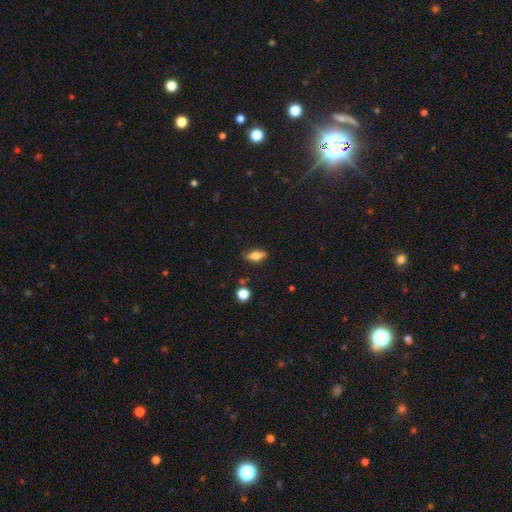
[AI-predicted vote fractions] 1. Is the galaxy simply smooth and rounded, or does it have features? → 61% smooth, 29% featured or disk, 10% star or artifact.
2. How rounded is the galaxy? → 75% in between, 19% cigar-shaped, 6% round.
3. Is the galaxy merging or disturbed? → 79% none, 15% minor disturbance, 3% major disturbance, 2% merger.